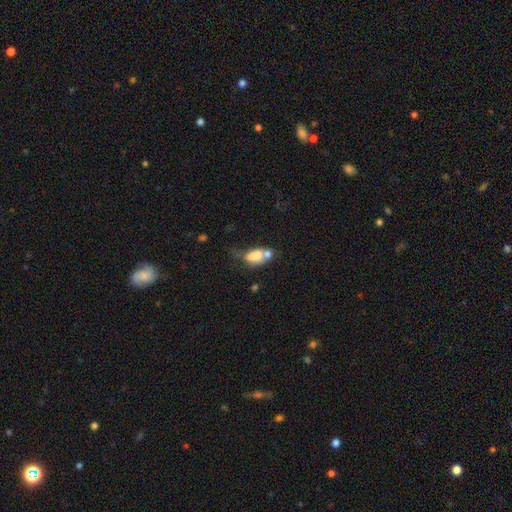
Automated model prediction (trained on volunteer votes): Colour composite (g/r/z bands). It shows a smooth galaxy with no disk features (65%) that is in between round and cigar-shaped (81%). Merging: merger (48%).